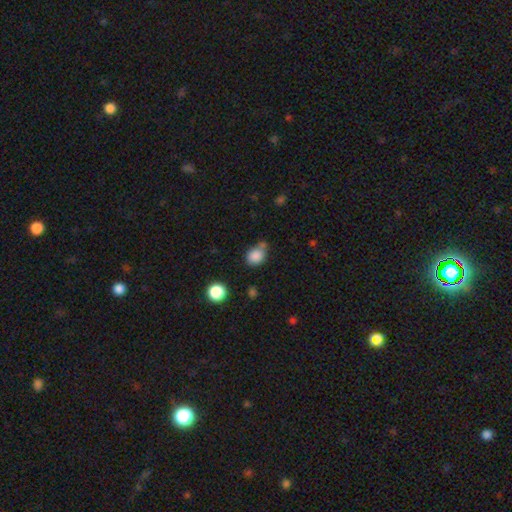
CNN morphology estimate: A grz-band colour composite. It shows a smooth galaxy with no disk features (85%) that is round (54%). Merging: none (57%).